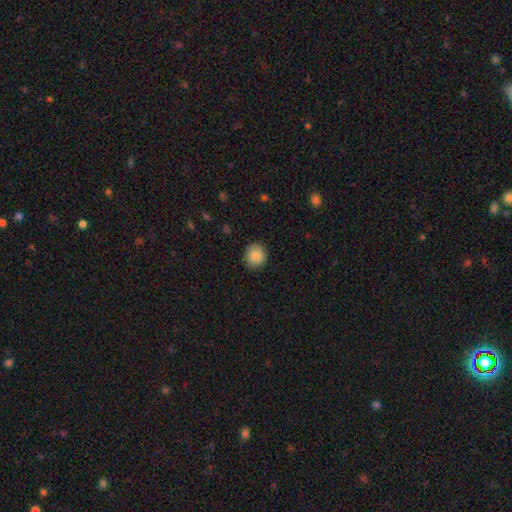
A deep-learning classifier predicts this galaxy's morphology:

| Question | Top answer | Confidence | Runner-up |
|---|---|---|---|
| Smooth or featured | smooth | 87% | star or artifact (8%) |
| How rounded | round | 91% | in between (8%) |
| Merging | none | 89% | minor disturbance (8%) |